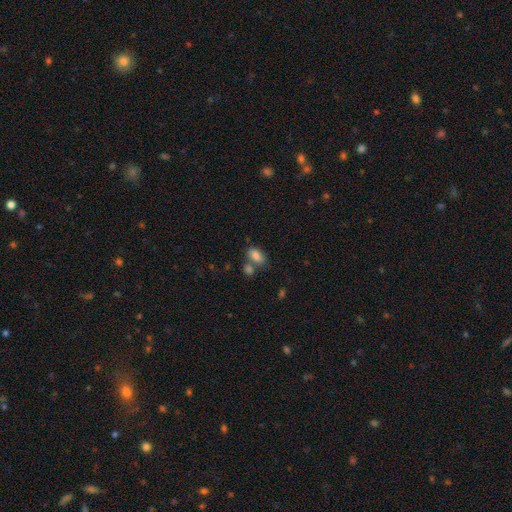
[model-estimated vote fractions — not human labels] The model was most divided on "merging": none: 50%, merger: 31%, minor disturbance: 14%, major disturbance: 5%. More confident: how rounded — in between (89%); smooth or featured — smooth (83%).